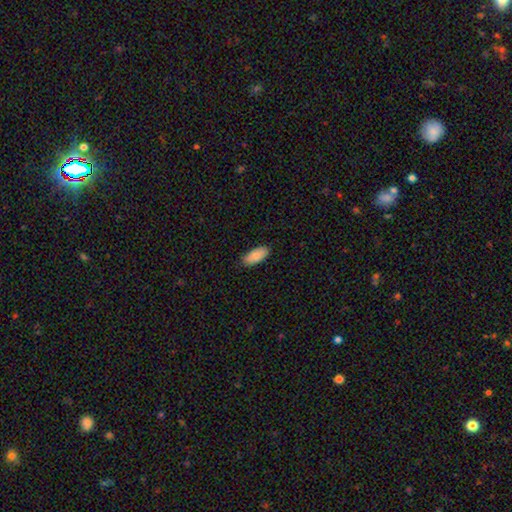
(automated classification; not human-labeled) smooth-or-featured: smooth: 88% | featured or disk: 6% | star or artifact: 6%
  how-rounded: in between: 88% | cigar-shaped: 11% | round: 2%
  merging: none: 85% | minor disturbance: 12% | major disturbance: 2% | merger: 1%